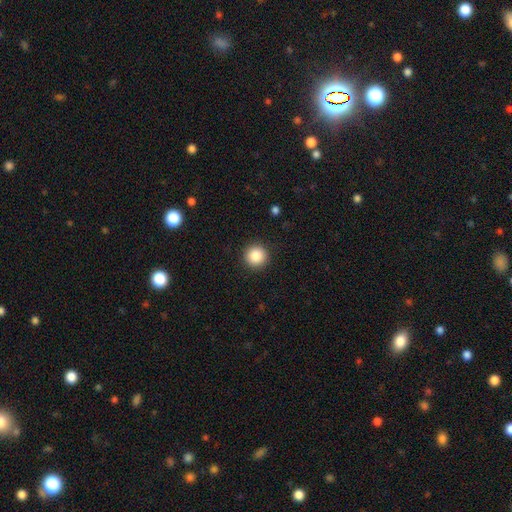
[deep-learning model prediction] Q: Smooth or featured?
A: smooth (86%); runner-up: star or artifact (9%)
Q: How rounded?
A: round (95%); runner-up: in between (4%)
Q: Merging?
A: none (92%); runner-up: minor disturbance (5%)